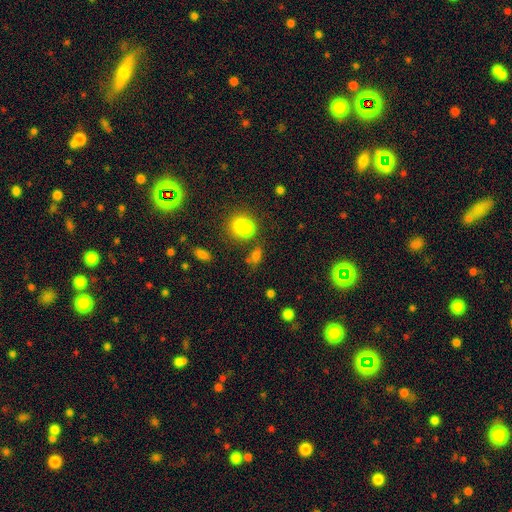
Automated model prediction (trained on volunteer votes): Smooth or featured: smooth — 71% (star or artifact — 17%)
How rounded: in between — 65% (round — 30%)
Merging: none — 42% (merger — 35%)